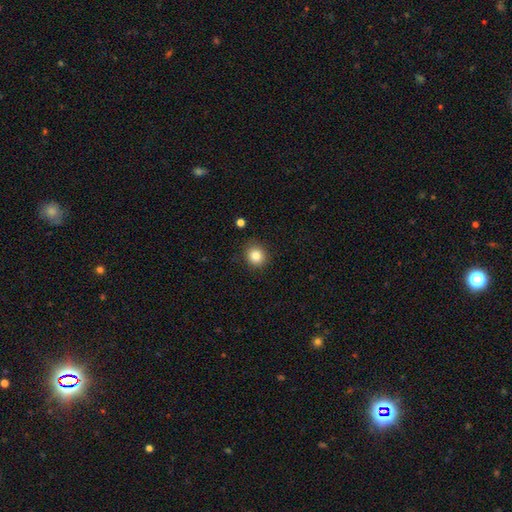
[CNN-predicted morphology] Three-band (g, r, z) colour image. It shows a smooth galaxy with no disk features (84%) that is round (83%). Merging: none (87%).